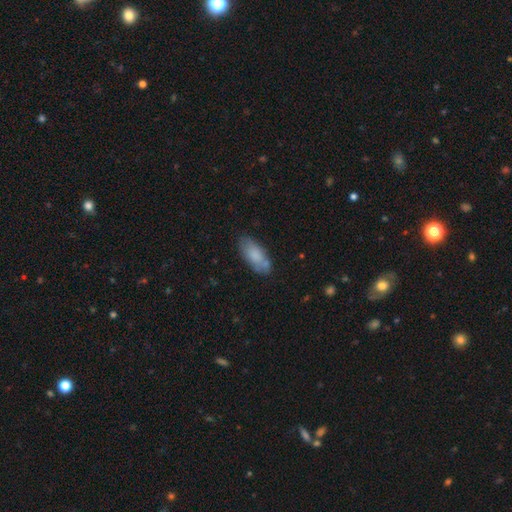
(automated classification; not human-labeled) smooth-or-featured: smooth: 78% | featured or disk: 15% | star or artifact: 7%
  how-rounded: in between: 84% | cigar-shaped: 14% | round: 2%
  merging: none: 68% | minor disturbance: 21% | merger: 7% | major disturbance: 5%